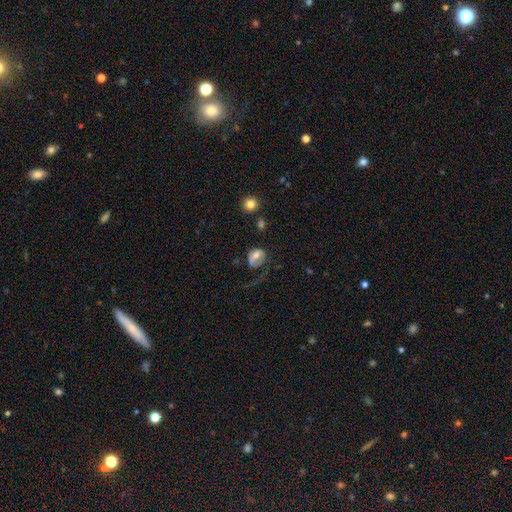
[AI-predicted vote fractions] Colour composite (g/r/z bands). It shows a smooth galaxy with no disk features (57%) that is round (51%). Merging: major disturbance (37%, tied with none).